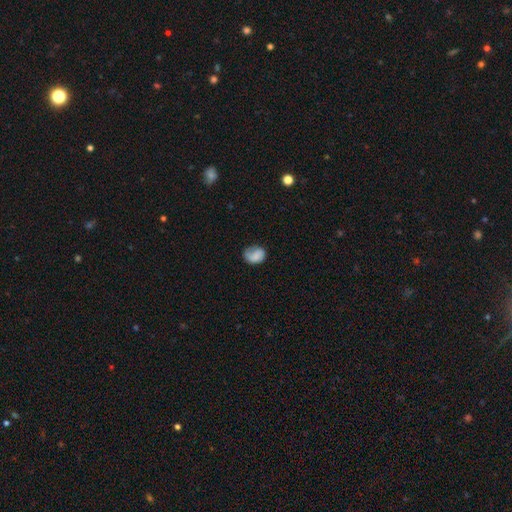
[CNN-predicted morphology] Smooth or featured: smooth — 73% (featured or disk — 18%)
How rounded: in between — 58% (round — 41%)
Merging: none — 48% (minor disturbance — 31%)